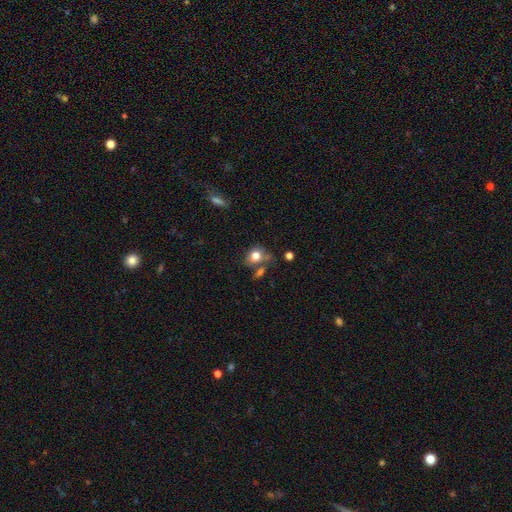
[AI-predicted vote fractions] This appears to be a smooth galaxy with no disk features (77%) that is round (51%). Merging: none (46%).